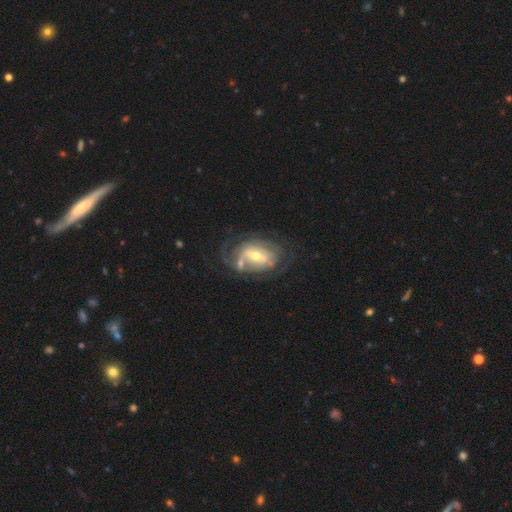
Smooth or featured? 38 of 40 (95%) said featured or disk. Edge-on disk? 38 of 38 (100%) said no. Bar? 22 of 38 (58%) said weak. Spiral arms? 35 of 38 (92%) said yes. Spiral winding? 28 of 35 (80%) said tight. Spiral arm count? 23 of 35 (66%) said 2. Bulge size? 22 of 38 (58%) said moderate. Merging? 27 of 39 (69%) said none.